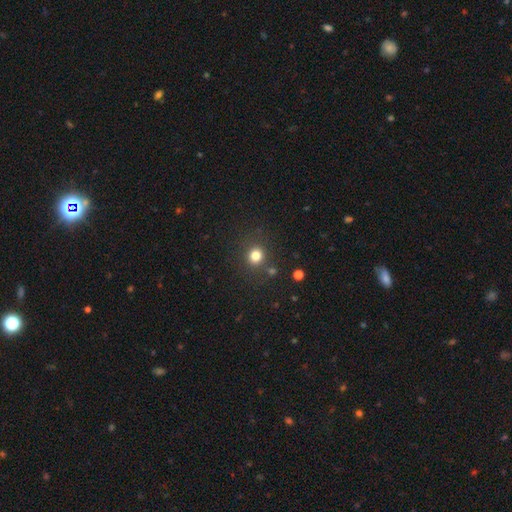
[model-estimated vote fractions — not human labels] The model was most divided on "smooth or featured": smooth: 79%, star or artifact: 15%, featured or disk: 6%. More confident: how rounded — round (87%); merging — none (83%).